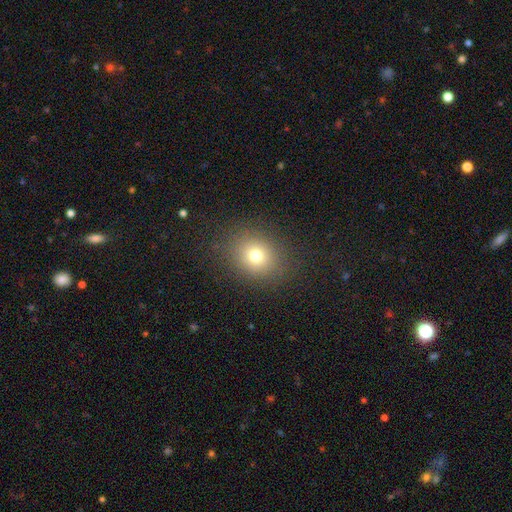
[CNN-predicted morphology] Smooth or featured?
  - smooth: 74% *
  - star or artifact: 16%
  - featured or disk: 10%
How rounded?
  - round: 69% *
  - in between: 31%
  - cigar-shaped: 1%
Merging?
  - none: 86% *
  - minor disturbance: 8%
  - major disturbance: 4%
  - merger: 1%